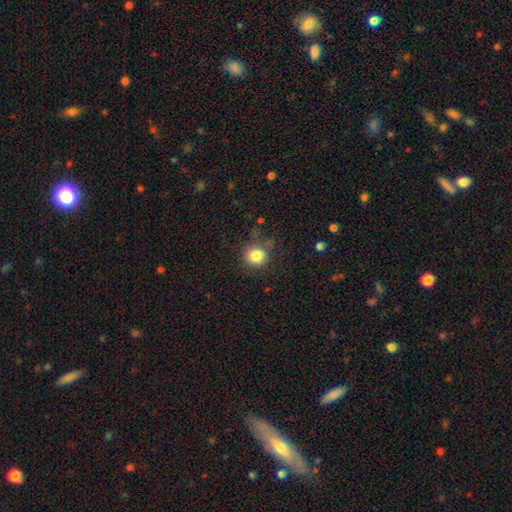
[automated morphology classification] Overall: smooth (83%). How rounded: round (90%). Merging: none (75%).